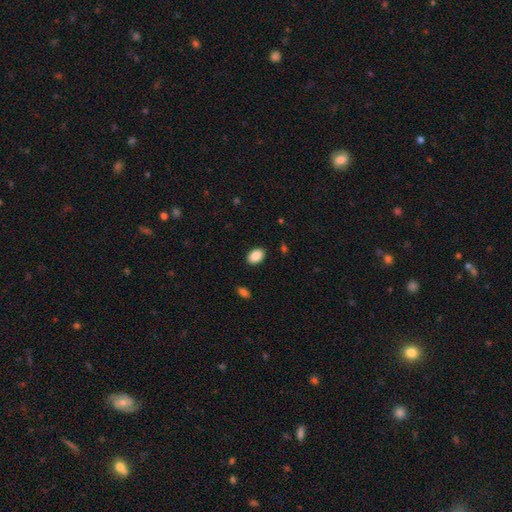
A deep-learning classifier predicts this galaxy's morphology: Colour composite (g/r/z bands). It shows a smooth galaxy with no disk features (88%) that is in between round and cigar-shaped (85%). Merging: none (89%).